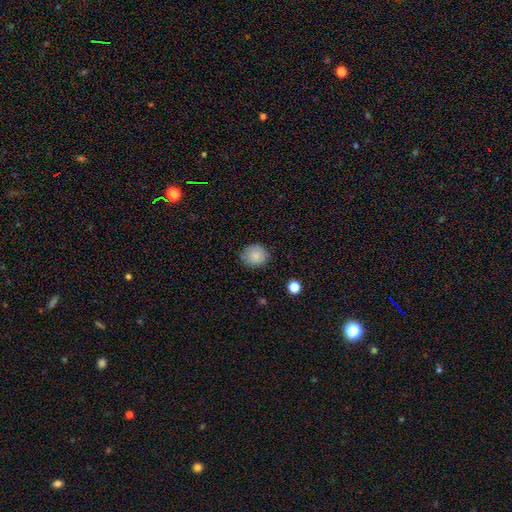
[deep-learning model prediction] smooth 83%, star or artifact 9%, featured or disk 8%. Down the decision tree: how rounded — round (78%); merging — none (80%).